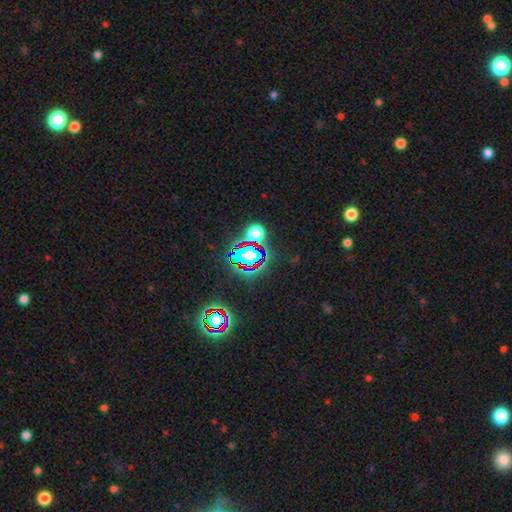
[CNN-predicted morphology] A star or artifact, not a galaxy (80%).

Vote fractions:
- Smooth or featured? star or artifact: 80% / smooth: 12% / featured or disk: 8%